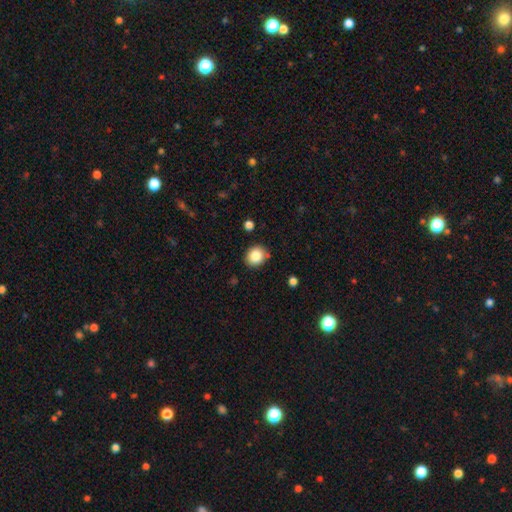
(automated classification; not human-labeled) This is clearly a smooth galaxy (85%). How rounded: likely round (74%). Merging: clearly none (83%).